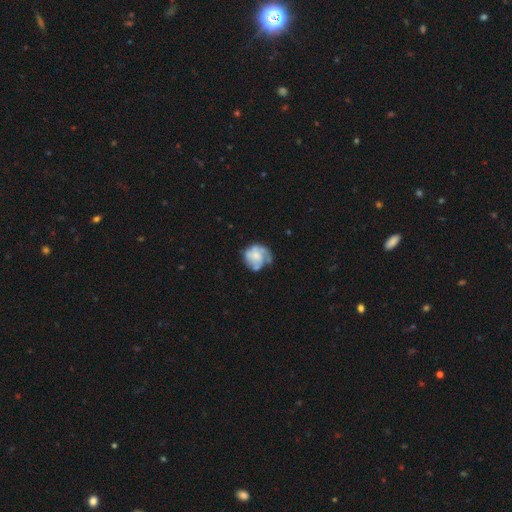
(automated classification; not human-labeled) The model was most divided on "bulge size": small: 47%, moderate: 32%, none: 16%, large: 4%, dominant: 1%. More confident: edge-on disk — no (98%); bar — no (76%); spiral arms — yes (71%); smooth or featured — featured or disk (62%); merging — none (53%).